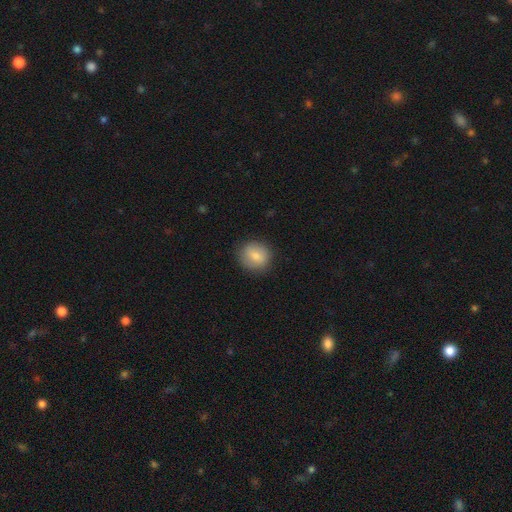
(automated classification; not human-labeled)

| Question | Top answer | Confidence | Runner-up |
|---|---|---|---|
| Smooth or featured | smooth | 78% | featured or disk (15%) |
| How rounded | round | 82% | in between (17%) |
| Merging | none | 85% | minor disturbance (11%) |